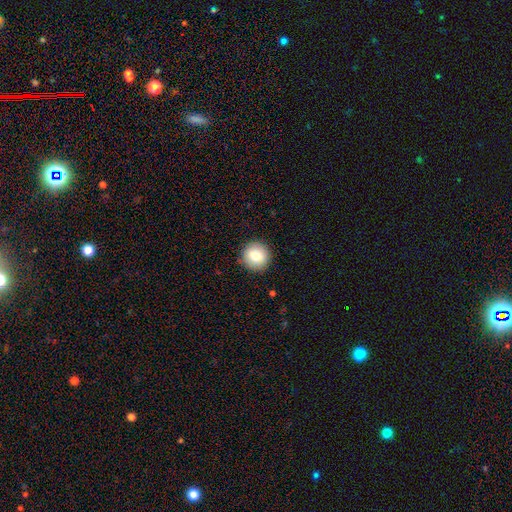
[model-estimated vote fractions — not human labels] Smooth or featured? Predicted: smooth (p=0.81). How rounded? Predicted: round (p=0.93). Merging? Predicted: none (p=0.90).